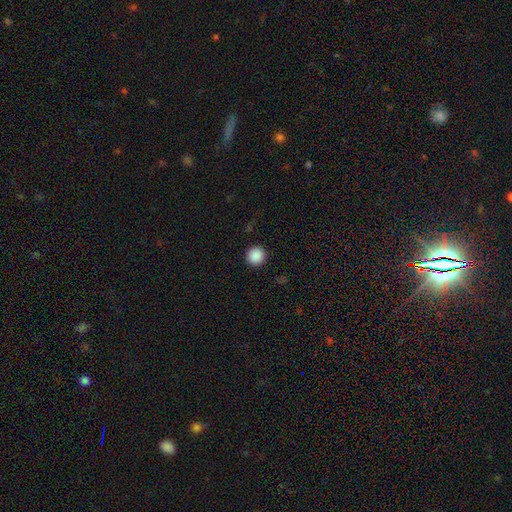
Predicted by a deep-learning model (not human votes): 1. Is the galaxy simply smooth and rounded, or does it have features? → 89% smooth, 9% star or artifact, 2% featured or disk.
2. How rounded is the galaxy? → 95% round, 4% in between, 1% cigar-shaped.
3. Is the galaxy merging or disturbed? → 92% none, 5% minor disturbance, 2% major disturbance, 1% merger.